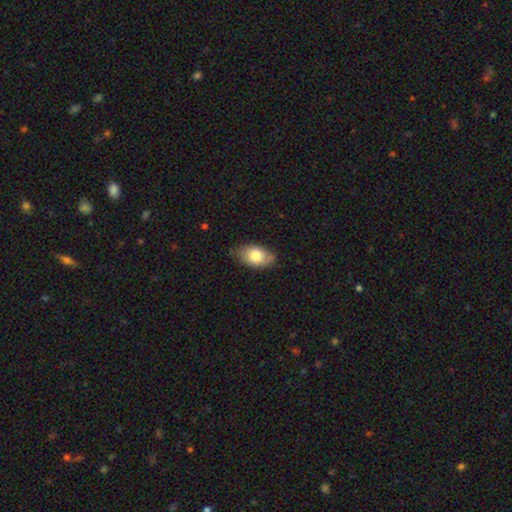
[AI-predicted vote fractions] smooth 78%, featured or disk 15%, star or artifact 7%. Down the decision tree: how rounded — in between (92%); merging — none (75%).